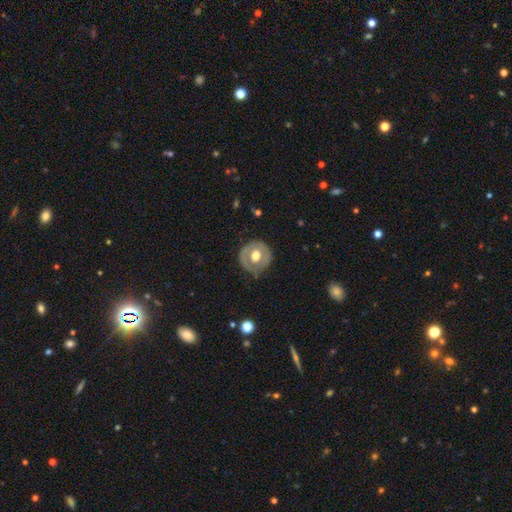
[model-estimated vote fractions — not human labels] Morphology: type=featured or disk (54%); edge-on=no (94%); bar=no (74%); spiral arms=no (79%); bulge=moderate (62%); merging=none (80%).